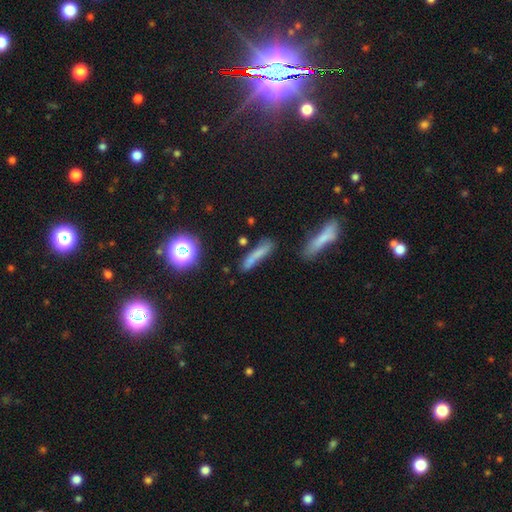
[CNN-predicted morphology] Overall: smooth (66%). How rounded: cigar-shaped (82%). Merging: none (61%; minor disturbance 21%).